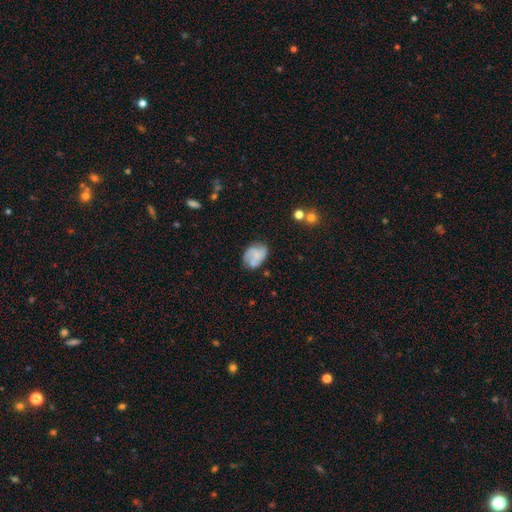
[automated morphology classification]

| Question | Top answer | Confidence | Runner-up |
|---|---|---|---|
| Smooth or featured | smooth | 54% | featured or disk (37%) |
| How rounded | in between | 67% | round (32%) |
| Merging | none | 53% | minor disturbance (28%) |